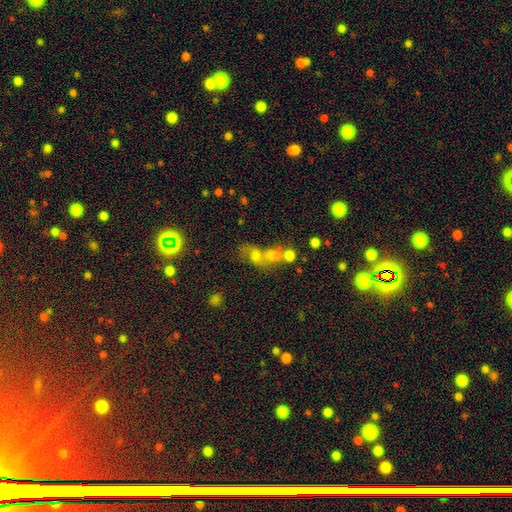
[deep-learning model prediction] Q: Smooth or featured?
A: smooth (61%); runner-up: featured or disk (21%)
Q: How rounded?
A: round (52%); runner-up: in between (45%)
Q: Merging?
A: merger (62%); runner-up: none (24%)